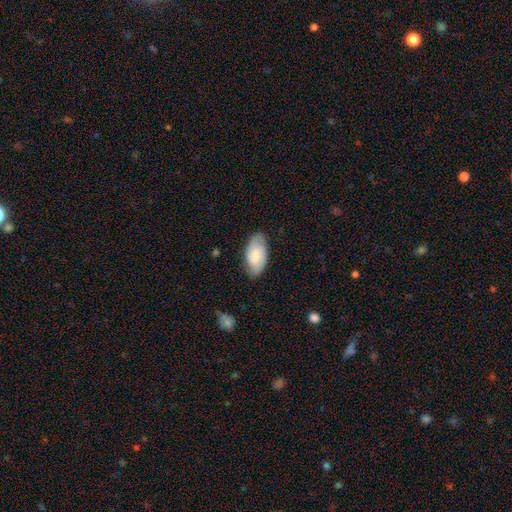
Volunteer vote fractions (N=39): Smooth or featured? 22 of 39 (56%) said smooth. How rounded? 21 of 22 (95%) said in between. Merging? 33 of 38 (87%) said none.